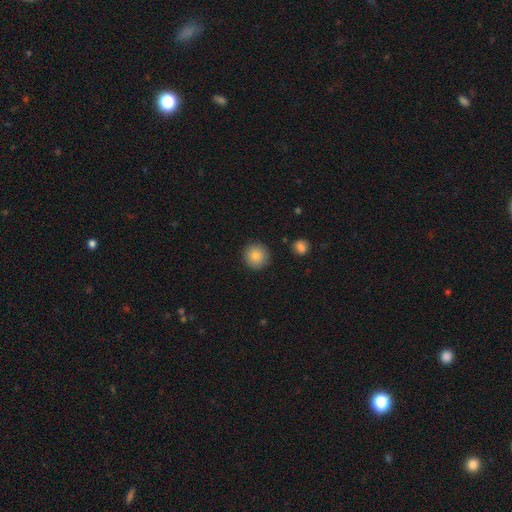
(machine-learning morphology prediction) smooth 85%, star or artifact 9%, featured or disk 6%. Down the decision tree: how rounded — round (95%); merging — none (90%).